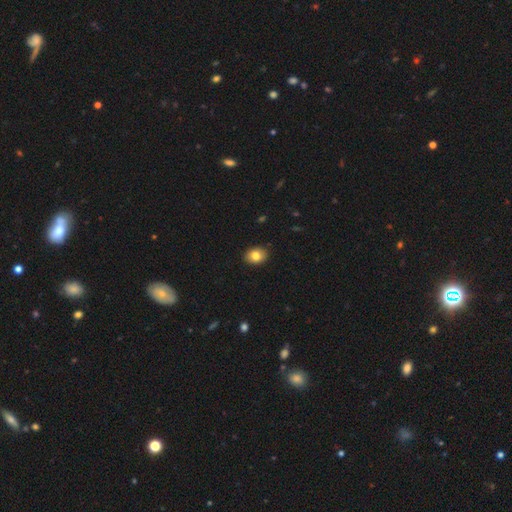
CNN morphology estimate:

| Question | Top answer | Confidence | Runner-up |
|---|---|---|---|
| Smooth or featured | smooth | 83% | featured or disk (9%) |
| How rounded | in between | 62% | round (37%) |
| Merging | none | 90% | minor disturbance (8%) |